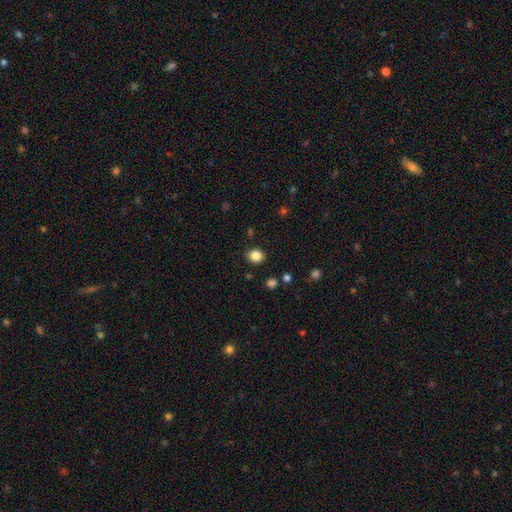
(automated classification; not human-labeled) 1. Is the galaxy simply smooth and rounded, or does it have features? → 84% smooth, 11% star or artifact, 5% featured or disk.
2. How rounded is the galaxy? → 70% round, 29% in between, 1% cigar-shaped.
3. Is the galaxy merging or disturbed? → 89% none, 7% minor disturbance, 2% major disturbance, 2% merger.